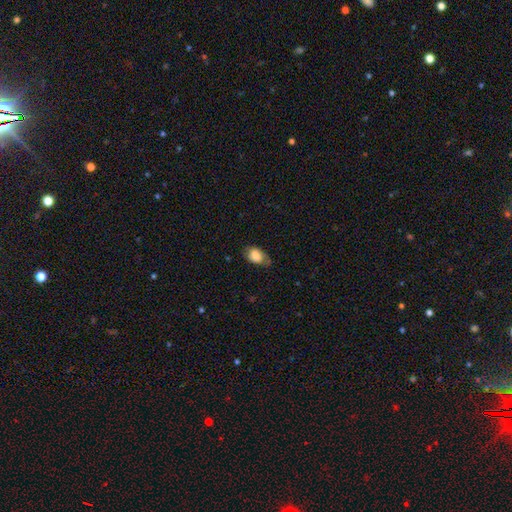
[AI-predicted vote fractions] A smooth galaxy with no disk features (79%) that is in between round and cigar-shaped (81%).

Vote fractions:
- Smooth or featured? smooth: 79% / featured or disk: 13% / star or artifact: 8%
- How rounded? in between: 81% / round: 18% / cigar-shaped: 2%
- Merging? none: 55% / minor disturbance: 33% / major disturbance: 11% / merger: 2%